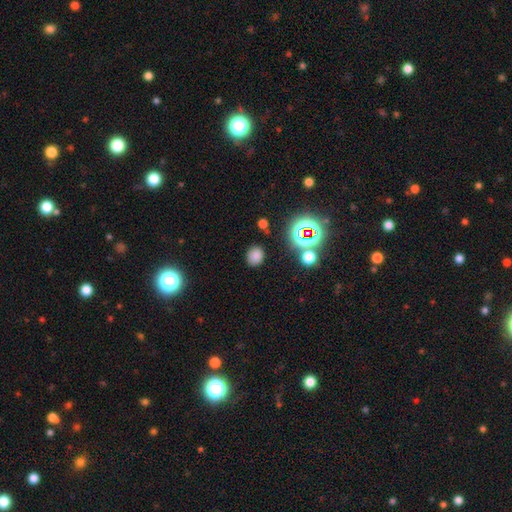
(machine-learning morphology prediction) This appears to be a smooth galaxy with no disk features (75%) that is round (60%). Merging: none (83%).